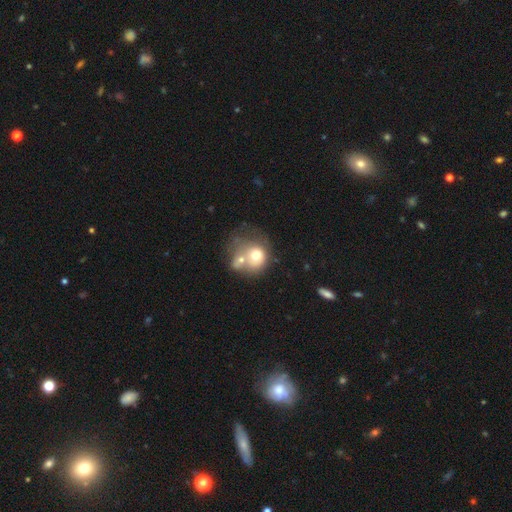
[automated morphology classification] Smooth or featured: smooth — 63% (featured or disk — 28%)
How rounded: round — 71% (in between — 28%)
Merging: merger — 56% (none — 20%)